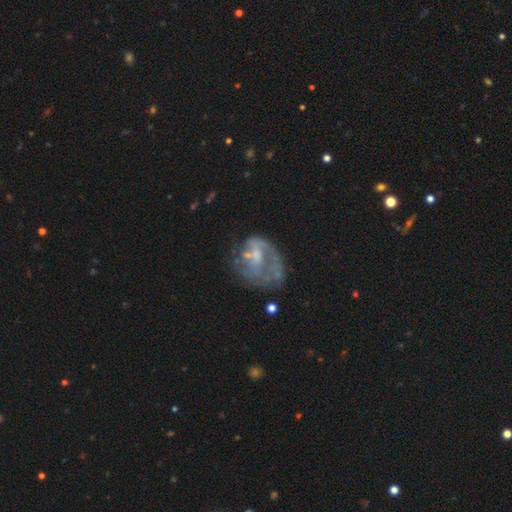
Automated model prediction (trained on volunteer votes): Q: Smooth or featured?
A: featured or disk (61%); runner-up: smooth (29%)
Q: Edge-on disk?
A: no (97%); runner-up: yes (3%)
Q: Bar?
A: no (66%); runner-up: weak (28%)
Q: Spiral arms?
A: no (68%); runner-up: yes (32%)
Q: Bulge size?
A: none (33%); runner-up: small (32%)
Q: Merging?
A: none (37%); runner-up: major disturbance (35%)